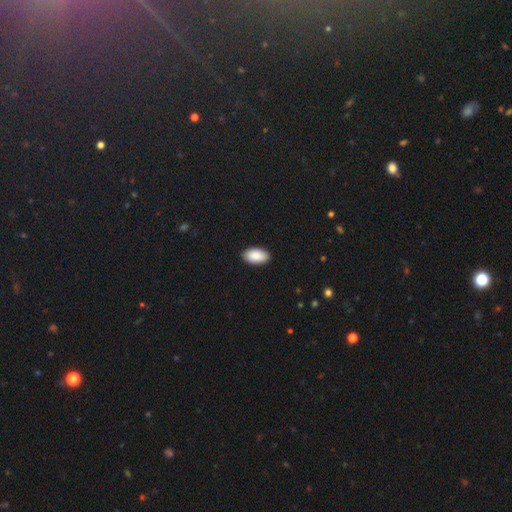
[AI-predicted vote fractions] Smooth or featured? smooth (91%)
How rounded? in between (96%)
Merging? none (89%)